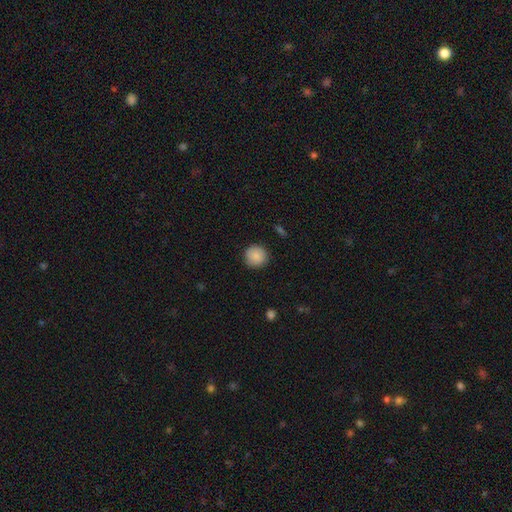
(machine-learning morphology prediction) Overall: smooth (88%). How rounded: round (94%). Merging: none (89%).